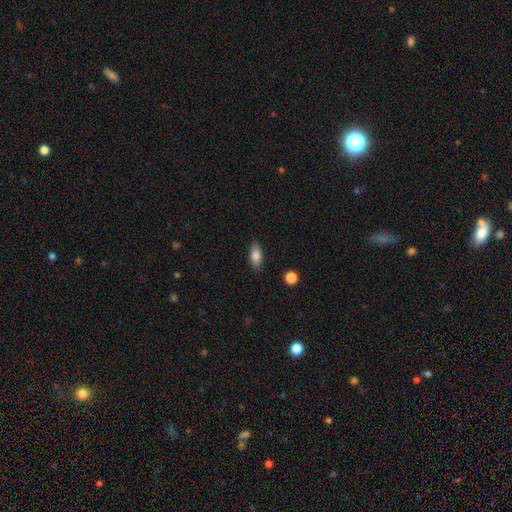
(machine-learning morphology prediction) smooth 82%, featured or disk 11%, star or artifact 8%. Down the decision tree: how rounded — in between (84%); merging — none (87%).